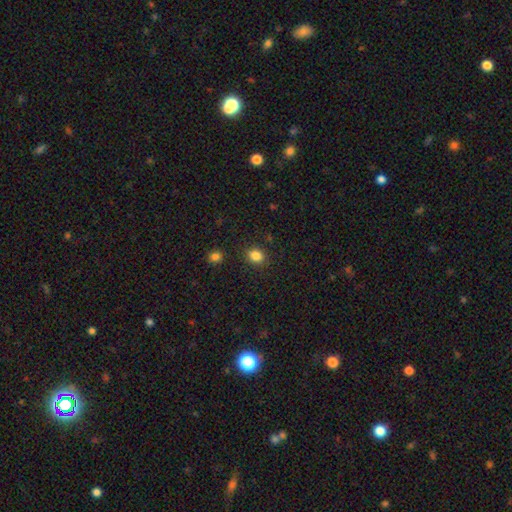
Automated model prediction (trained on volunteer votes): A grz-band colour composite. It shows a smooth galaxy with no disk features (84%) that is round (56%). Merging: none (87%).